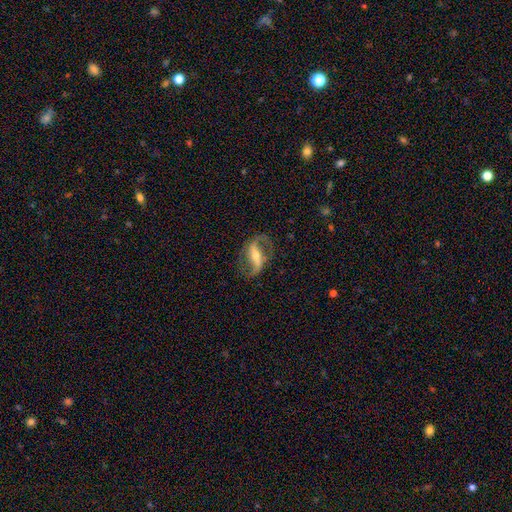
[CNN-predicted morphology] featured or disk 86%, smooth 8%, star or artifact 6%. Down the decision tree: edge-on disk — no (92%); bar — strong (62%); spiral arms — yes (91%); spiral arm count — 2 (90%); spiral winding — loose (48%); bulge size — moderate (51%); merging — none (76%).